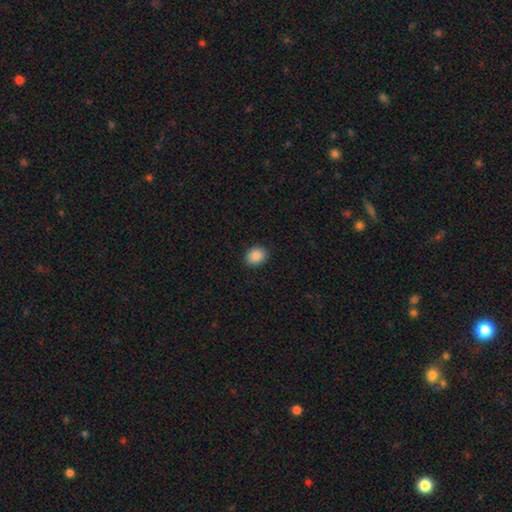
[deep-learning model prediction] Overall: smooth (88%). How rounded: in between (54%; round 45%). Merging: none (90%).